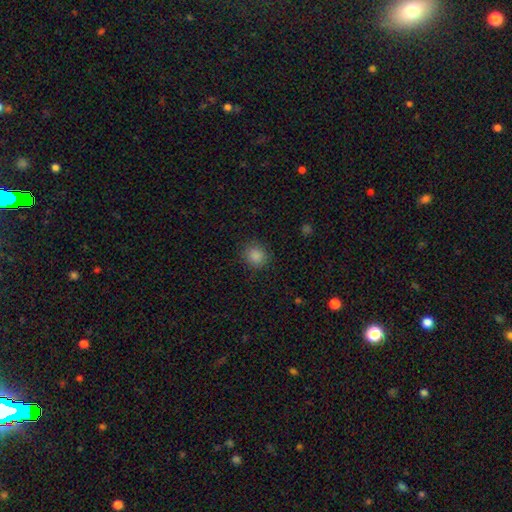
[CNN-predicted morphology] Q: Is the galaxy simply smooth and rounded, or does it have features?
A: smooth — 86%.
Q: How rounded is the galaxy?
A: round — 87%.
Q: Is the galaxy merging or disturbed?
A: none — 87%.